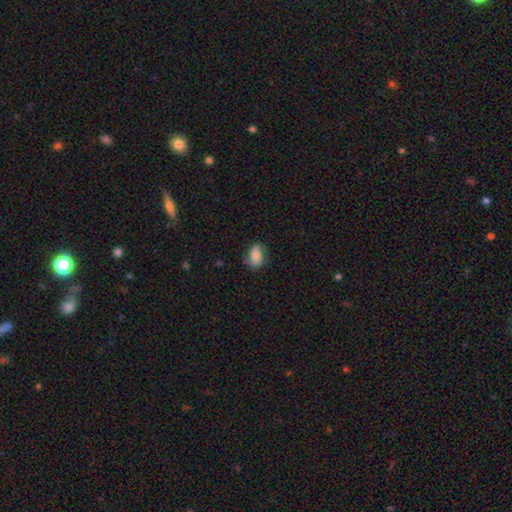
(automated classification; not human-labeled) Smooth or featured: smooth — 67% (featured or disk — 25%)
How rounded: in between — 83% (round — 15%)
Merging: none — 66% (minor disturbance — 24%)